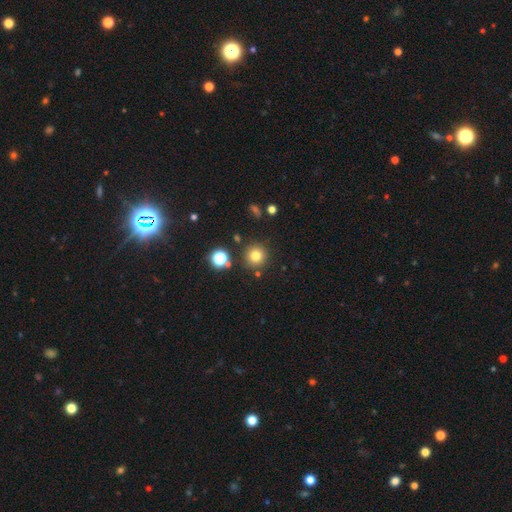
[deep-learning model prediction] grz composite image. It shows a smooth galaxy with no disk features (78%) that is round (95%). Merging: none (86%).